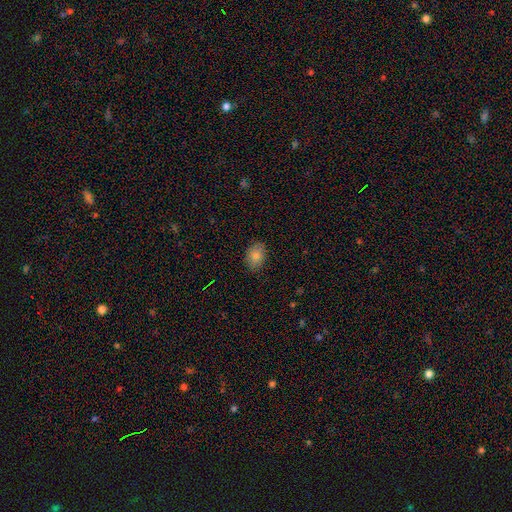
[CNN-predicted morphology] This appears to be a smooth galaxy with no disk features (81%) that is in between round and cigar-shaped (71%). Merging: none (85%).